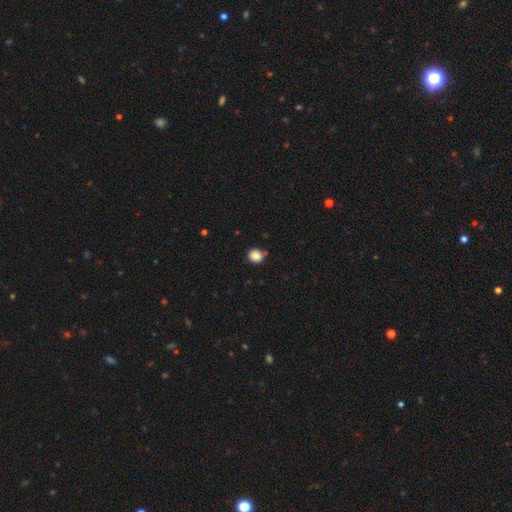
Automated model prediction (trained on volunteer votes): Smooth or featured? Predicted: smooth (p=0.86). How rounded? Predicted: round (p=0.86). Merging? Predicted: none (p=0.78).